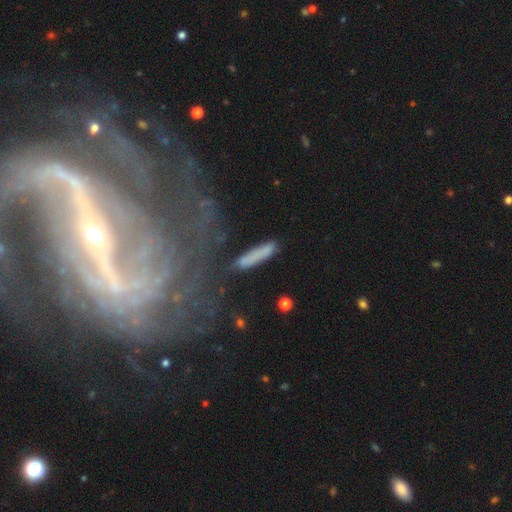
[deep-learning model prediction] A smooth galaxy with no disk features (71%) that is cigar-shaped (83%).

Vote fractions:
- Smooth or featured? smooth: 71% / featured or disk: 20% / star or artifact: 8%
- How rounded? cigar-shaped: 83% / in between: 15% / round: 2%
- Merging? none: 80% / minor disturbance: 12% / major disturbance: 4% / merger: 3%